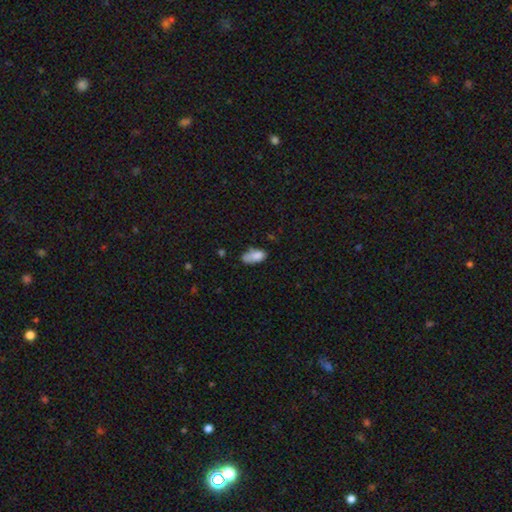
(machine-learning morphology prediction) Smooth or featured? Predicted: smooth (p=0.79). How rounded? Predicted: in between (p=0.90). Merging? Predicted: none (p=0.42).